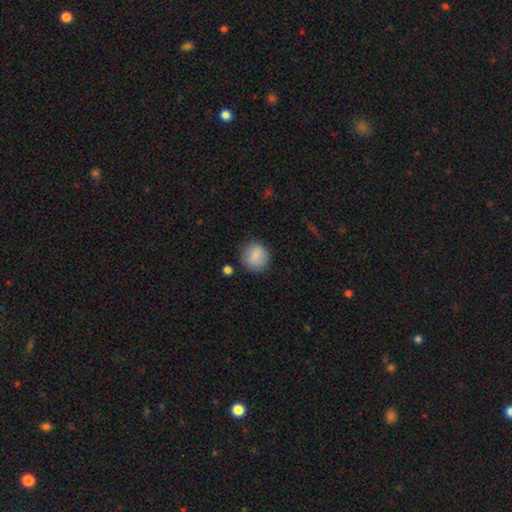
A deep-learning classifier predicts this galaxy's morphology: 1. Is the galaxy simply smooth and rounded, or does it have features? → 81% smooth, 11% featured or disk, 8% star or artifact.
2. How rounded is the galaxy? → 84% round, 14% in between, 1% cigar-shaped.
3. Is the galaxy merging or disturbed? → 77% none, 15% minor disturbance, 5% major disturbance, 3% merger.